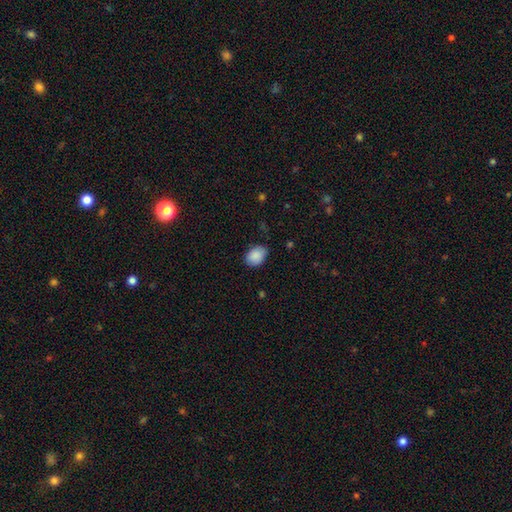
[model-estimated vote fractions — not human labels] Morphology: type=smooth (89%); roundness=in between (73%); merging=none (76%).